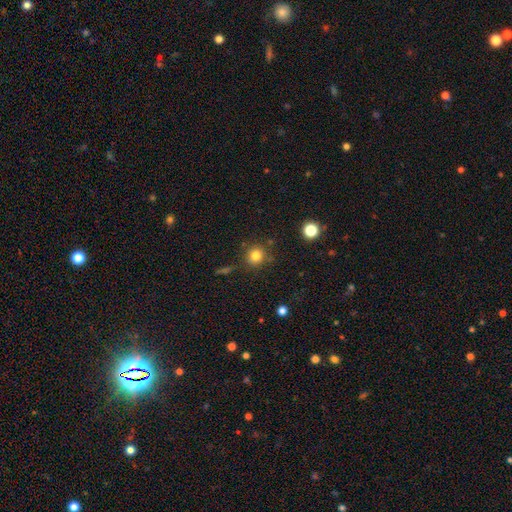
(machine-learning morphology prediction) Smooth or featured? smooth (81%)
How rounded? round (86%)
Merging? none (82%)